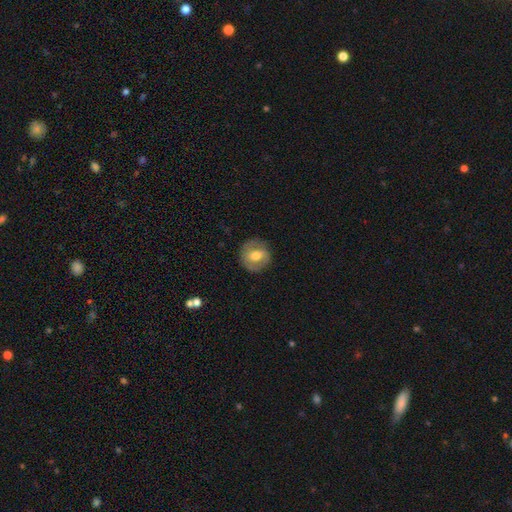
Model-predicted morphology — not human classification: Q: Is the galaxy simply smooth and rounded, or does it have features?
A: smooth — 53%.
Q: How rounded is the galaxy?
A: round — 88%.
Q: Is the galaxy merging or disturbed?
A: none — 82%.